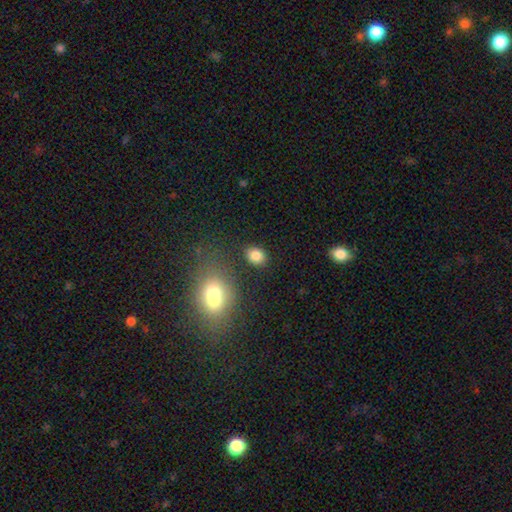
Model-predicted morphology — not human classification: Smooth or featured? smooth (84%)
How rounded? in between (56%)
Merging? none (82%)